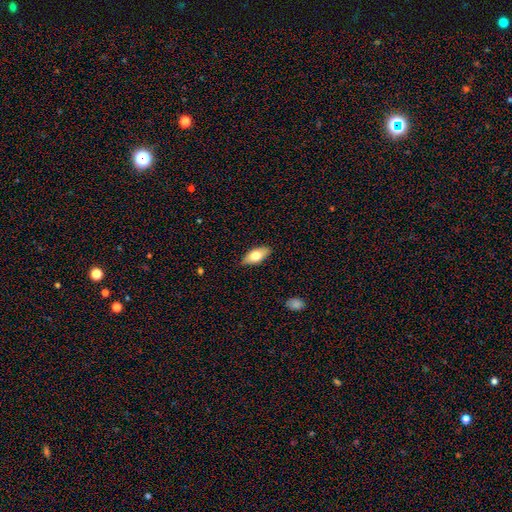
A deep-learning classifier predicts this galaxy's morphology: Smooth or featured? smooth (73%)
How rounded? in between (87%)
Merging? none (87%)